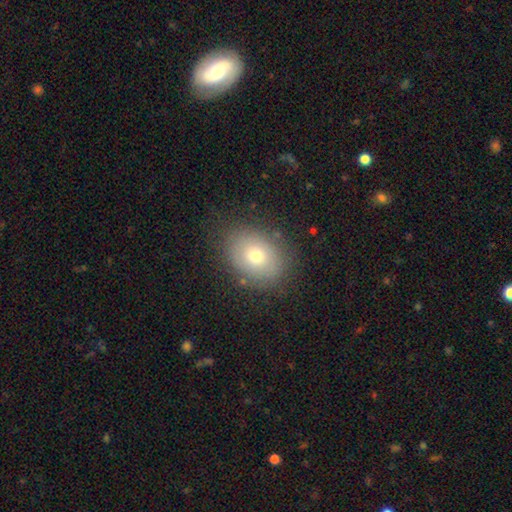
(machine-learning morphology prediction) This appears to be a smooth galaxy with no disk features (69%) that is in between round and cigar-shaped (59%). Merging: none (81%).